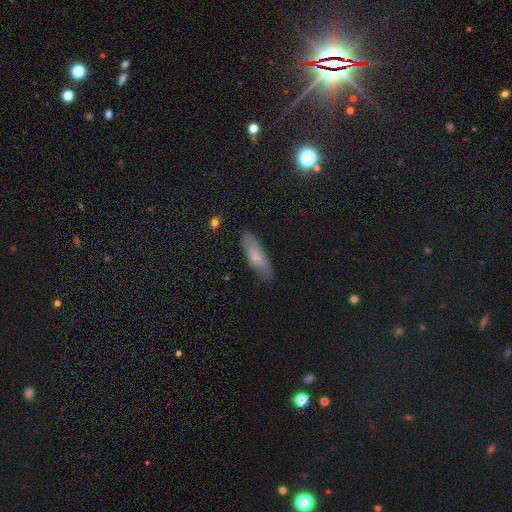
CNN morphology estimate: Smooth or featured? Predicted: smooth (p=0.73). How rounded? Predicted: cigar-shaped (p=0.54). Merging? Predicted: none (p=0.80).